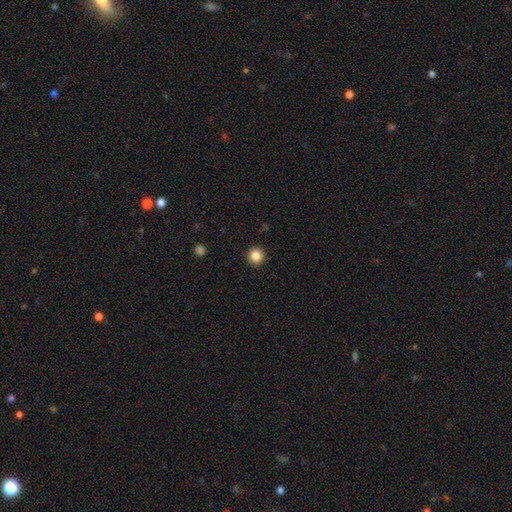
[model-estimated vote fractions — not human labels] Overall: smooth (85%). How rounded: round (95%). Merging: none (93%).